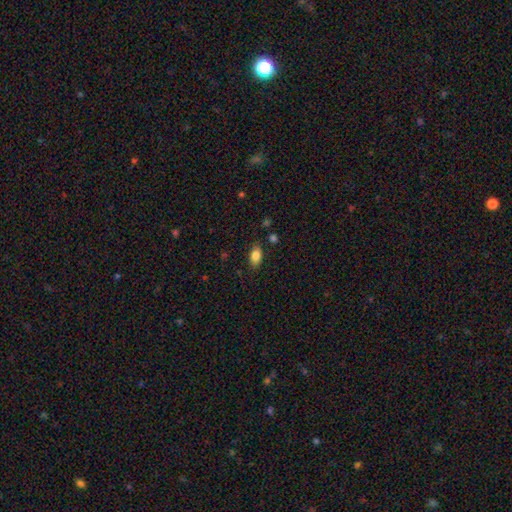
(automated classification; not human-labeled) smooth 84%, star or artifact 8%, featured or disk 8%. Down the decision tree: how rounded — in between (90%); merging — none (84%).